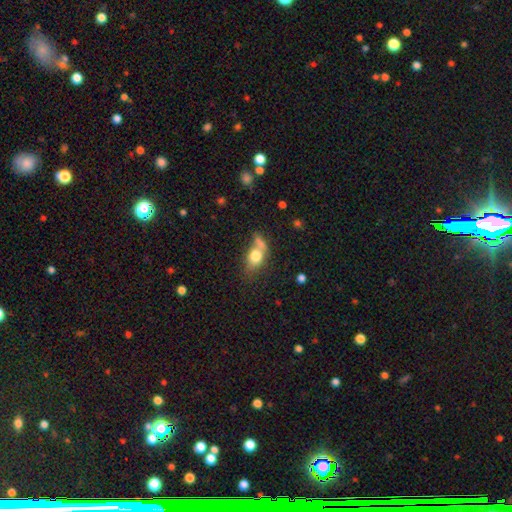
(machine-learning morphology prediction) Smooth or featured? smooth (75%)
How rounded? in between (68%)
Merging? merger (39%)